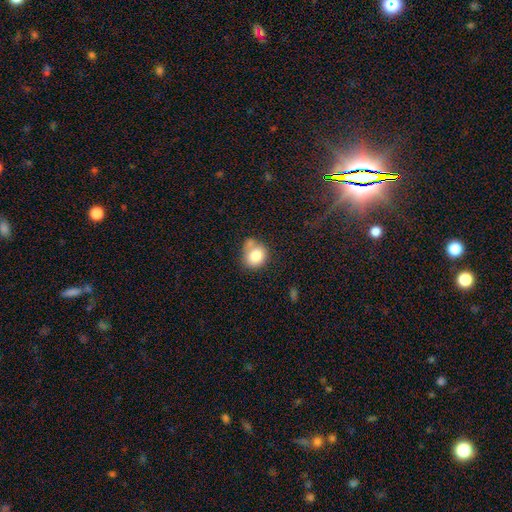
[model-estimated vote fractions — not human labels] Smooth or featured: smooth — 81% (featured or disk — 10%)
How rounded: round — 76% (in between — 23%)
Merging: none — 51% (minor disturbance — 21%)